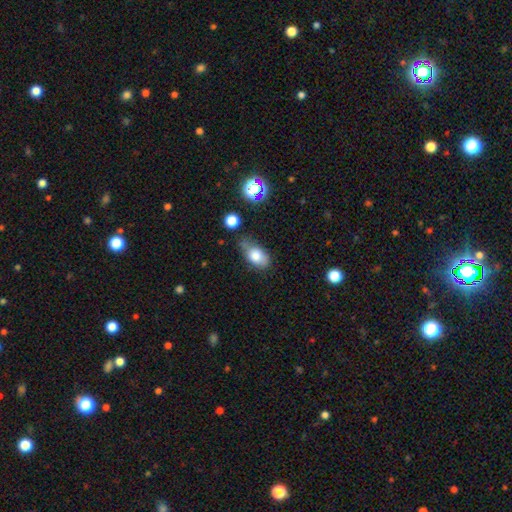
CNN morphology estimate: Smooth or featured? Predicted: smooth (p=0.79). How rounded? Predicted: in between (p=0.87). Merging? Predicted: none (p=0.50).